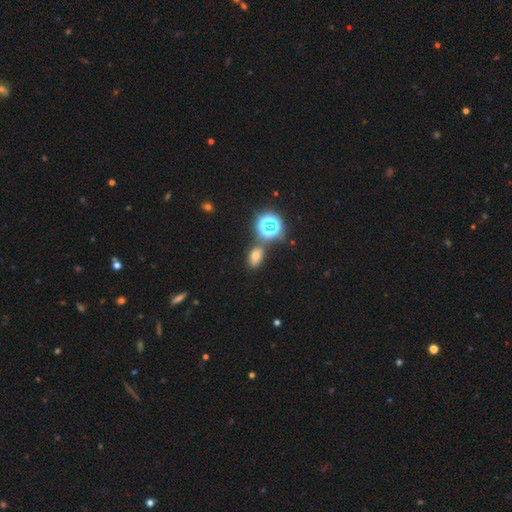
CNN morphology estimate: This is possibly a smooth galaxy (60%). How rounded: clearly in between (82%). Merging: likely none (72%).